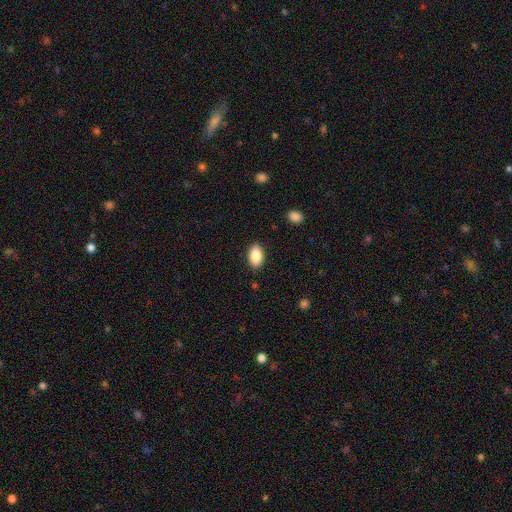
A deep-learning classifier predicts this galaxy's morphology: The model was most divided on "merging": none: 88%, minor disturbance: 9%, major disturbance: 2%, merger: 1%. More confident: how rounded — in between (93%); smooth or featured — smooth (86%).